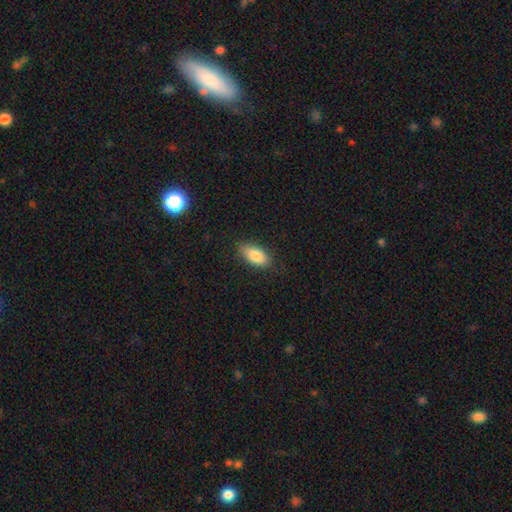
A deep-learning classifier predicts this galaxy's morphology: type=smooth (84%); roundness=in between (90%); merging=none (81%).